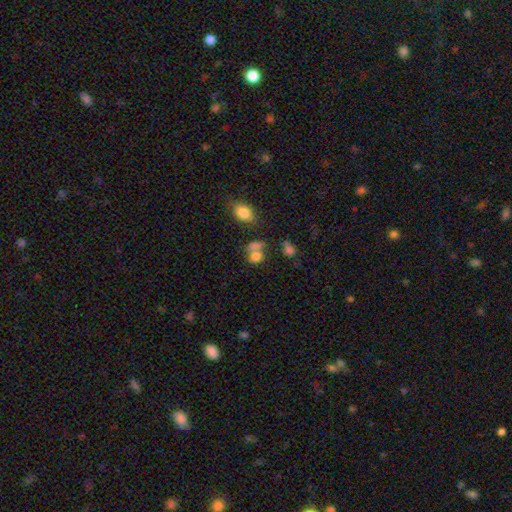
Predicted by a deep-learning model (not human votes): Smooth or featured: smooth — 77% (star or artifact — 13%)
How rounded: round — 63% (in between — 36%)
Merging: merger — 41% (none — 40%)